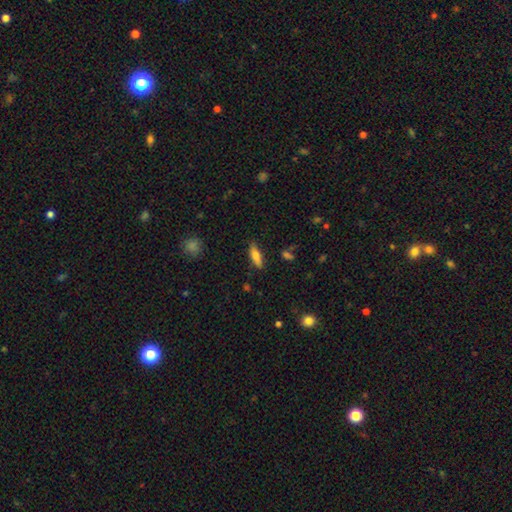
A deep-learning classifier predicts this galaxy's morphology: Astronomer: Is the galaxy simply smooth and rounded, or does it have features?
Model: smooth — 73%.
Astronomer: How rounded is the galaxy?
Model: in between — 56% (runner-up: cigar-shaped, 42%).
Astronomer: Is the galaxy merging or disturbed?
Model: none — 84%.